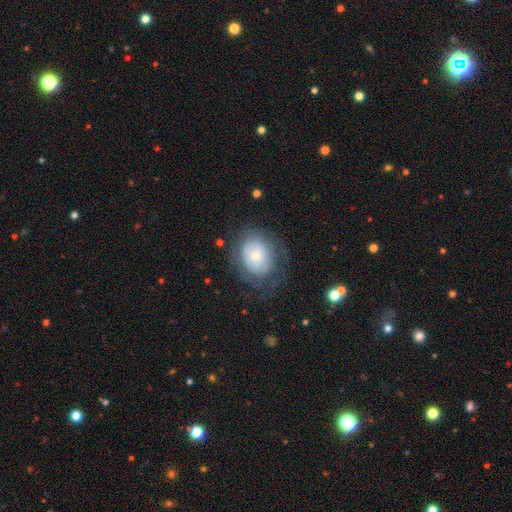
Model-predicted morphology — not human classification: smooth_or_featured: smooth (p=0.50) [alt: featured or disk p=0.42]
merging: none (p=0.65) [alt: minor disturbance p=0.20]